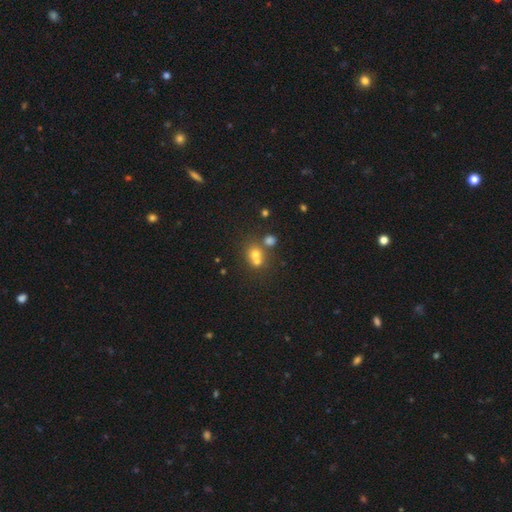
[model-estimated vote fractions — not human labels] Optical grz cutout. It shows a smooth galaxy with no disk features (65%) that is round (77%). Merging: merger (51%).